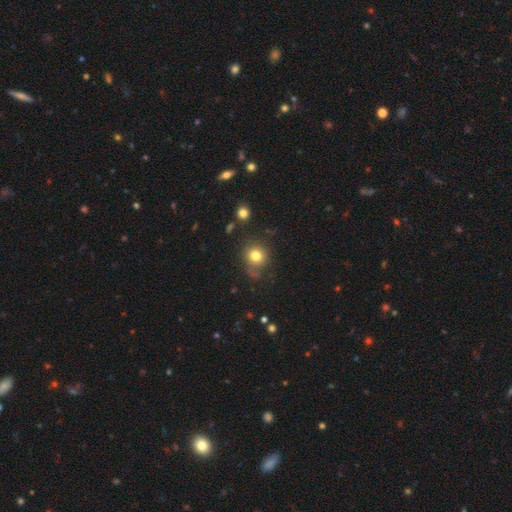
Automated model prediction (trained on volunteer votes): smooth-or-featured: smooth: 79% | star or artifact: 12% | featured or disk: 9%
  how-rounded: round: 82% | in between: 18% | cigar-shaped: 1%
  merging: none: 67% | minor disturbance: 20% | major disturbance: 9% | merger: 5%